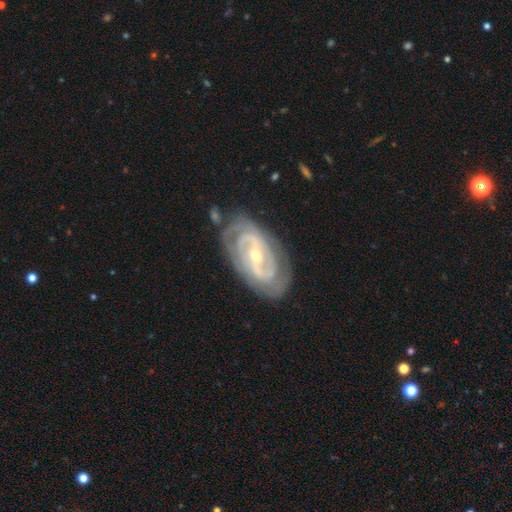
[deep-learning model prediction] smooth_or_featured: featured or disk (p=0.88) [alt: smooth p=0.07]
disk_edge_on: no (p=0.95) [alt: yes p=0.05]
bar: weak (p=0.40) [alt: strong p=0.32]
has_spiral_arms: yes (p=0.95) [alt: no p=0.05]
spiral_winding: tight (p=0.63) [alt: medium p=0.30]
spiral_arm_count: 2 (p=0.53) [alt: can't tell p=0.20]
bulge_size: small (p=0.58) [alt: moderate p=0.39]
merging: none (p=0.76) [alt: minor disturbance p=0.17]